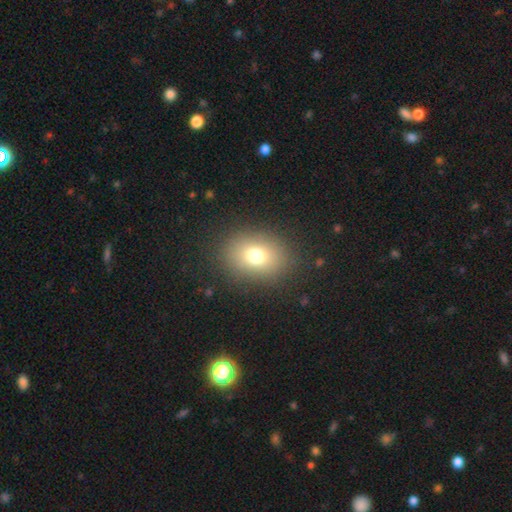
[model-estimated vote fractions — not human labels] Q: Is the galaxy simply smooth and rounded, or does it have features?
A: smooth — 74%.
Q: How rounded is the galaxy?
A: in between — 52%.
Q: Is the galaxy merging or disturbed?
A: none — 85%.